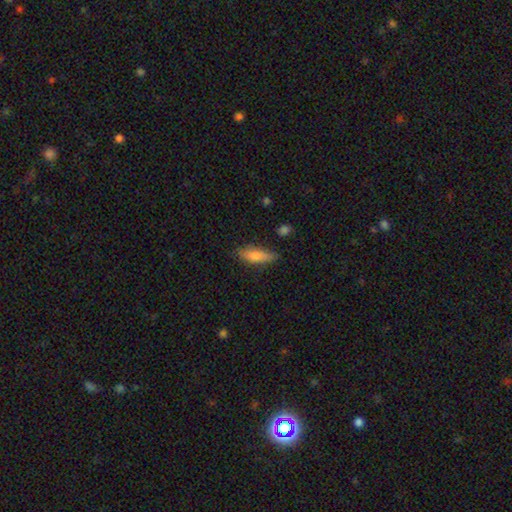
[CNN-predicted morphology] smooth 78%, featured or disk 15%, star or artifact 7%. Down the decision tree: how rounded — cigar-shaped (53%); merging — none (76%).